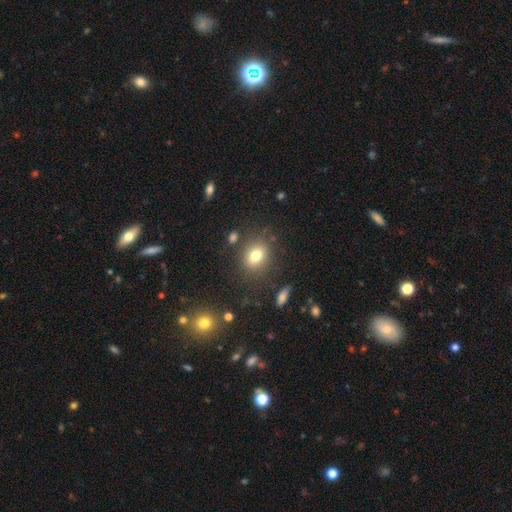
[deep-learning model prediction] Overall: smooth (78%). How rounded: round (56%; in between 43%). Merging: none (80%).